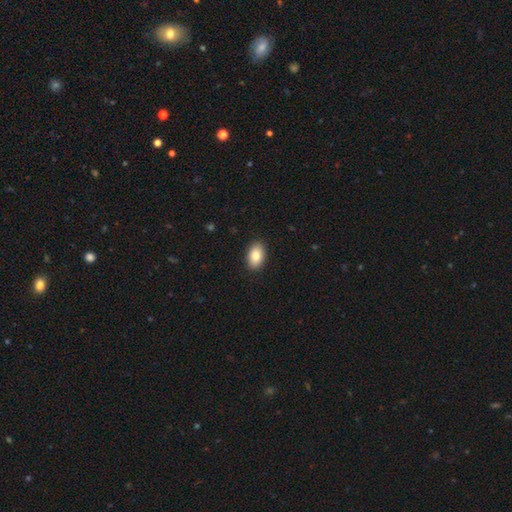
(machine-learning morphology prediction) smooth-or-featured: smooth: 84% | featured or disk: 8% | star or artifact: 7%
  how-rounded: in between: 91% | round: 8% | cigar-shaped: 1%
  merging: none: 90% | minor disturbance: 7% | major disturbance: 2% | merger: 1%